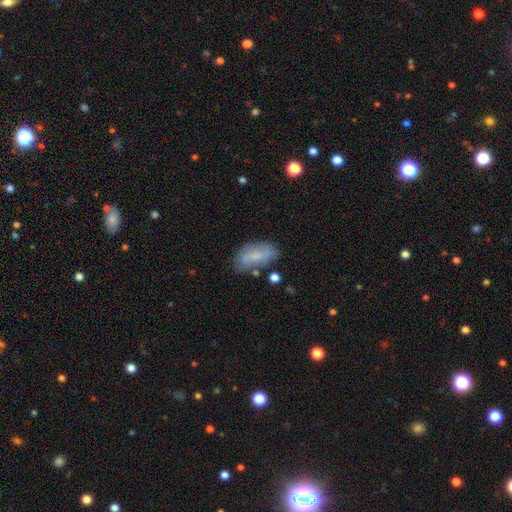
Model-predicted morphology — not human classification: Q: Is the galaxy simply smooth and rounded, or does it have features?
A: smooth — 68%.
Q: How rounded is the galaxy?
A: in between — 86%.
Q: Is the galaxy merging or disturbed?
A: none — 70%.